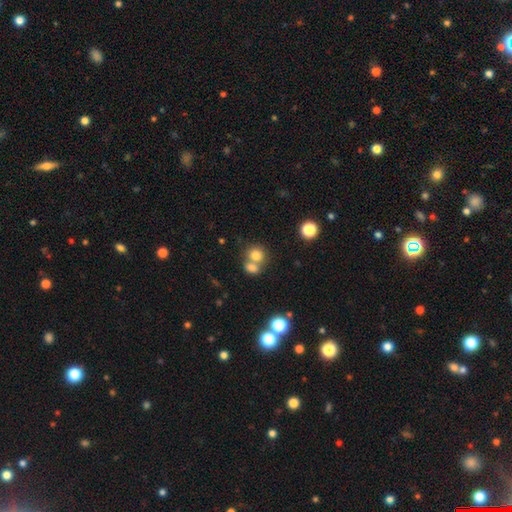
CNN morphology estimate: type=smooth (77%); roundness=round (69%); merging=merger (50%).